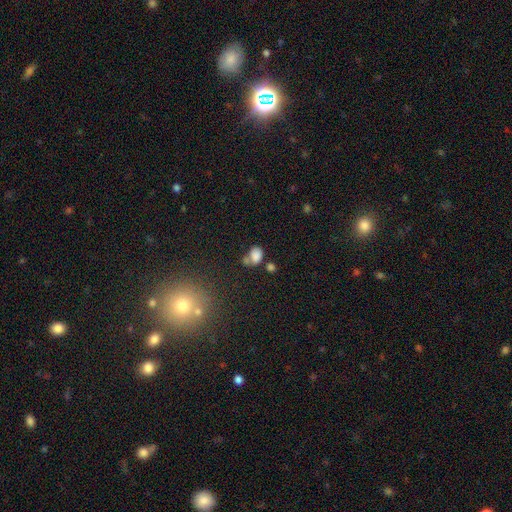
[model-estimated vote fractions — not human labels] The model was most divided on "merging": none: 41%, merger: 31%, minor disturbance: 19%, major disturbance: 9%. More confident: smooth or featured — smooth (79%); how rounded — in between (69%).